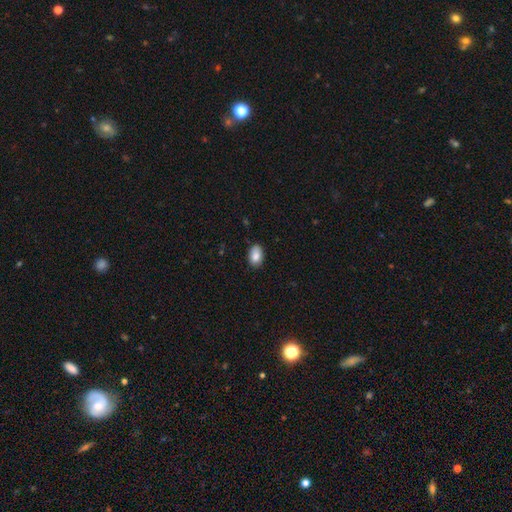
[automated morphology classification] Smooth or featured? Predicted: smooth (p=0.86). How rounded? Predicted: in between (p=0.88). Merging? Predicted: none (p=0.82).